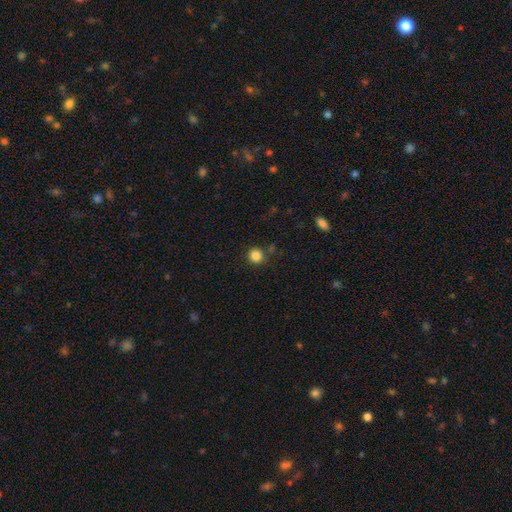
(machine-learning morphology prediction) The model was most divided on "smooth or featured": smooth: 85%, star or artifact: 11%, featured or disk: 4%. More confident: how rounded — round (92%); merging — none (84%).